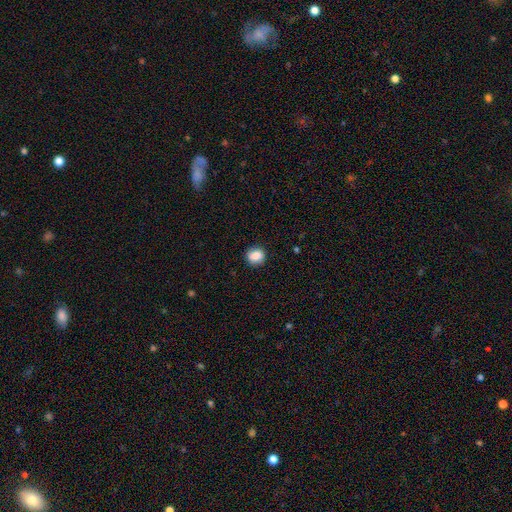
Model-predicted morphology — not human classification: Smooth or featured? Predicted: smooth (p=0.85). How rounded? Predicted: round (p=0.78). Merging? Predicted: none (p=0.84).